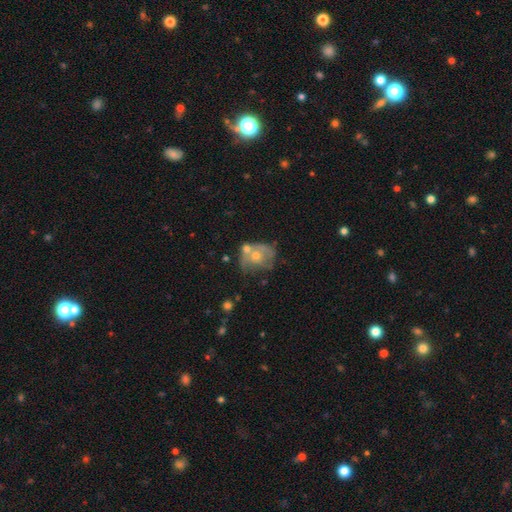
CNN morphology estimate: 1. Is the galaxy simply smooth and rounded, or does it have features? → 52% featured or disk, 39% smooth, 9% star or artifact.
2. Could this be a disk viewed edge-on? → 97% no, 3% yes.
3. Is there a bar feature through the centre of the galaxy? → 86% no, 11% weak, 2% strong.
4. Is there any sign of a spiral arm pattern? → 61% no, 39% yes.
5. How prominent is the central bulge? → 58% moderate, 35% small, 3% large, 3% none, 1% dominant.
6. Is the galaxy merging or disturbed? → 31% none, 30% merger, 22% minor disturbance, 17% major disturbance.